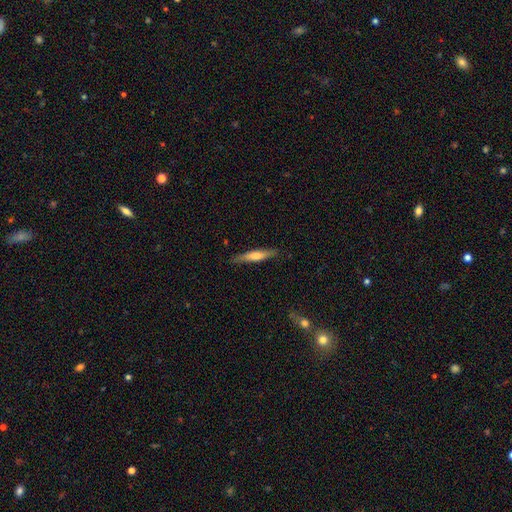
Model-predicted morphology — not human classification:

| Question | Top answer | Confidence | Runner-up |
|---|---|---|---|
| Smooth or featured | smooth | 57% | featured or disk (37%) |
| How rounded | cigar-shaped | 88% | in between (11%) |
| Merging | none | 84% | minor disturbance (12%) |